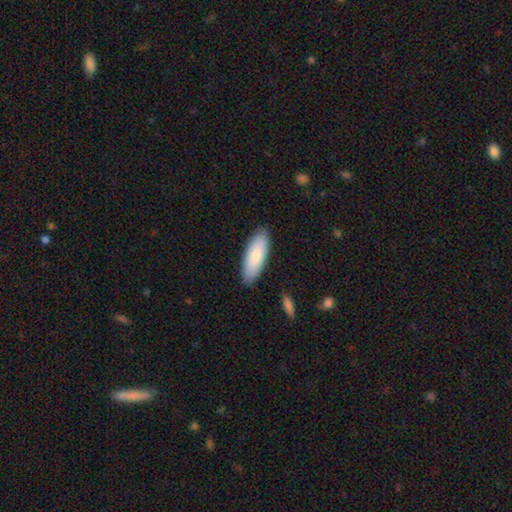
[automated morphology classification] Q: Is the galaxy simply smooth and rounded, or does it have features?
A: smooth — 81%.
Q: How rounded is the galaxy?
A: in between — 73%.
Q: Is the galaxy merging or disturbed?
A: none — 86%.